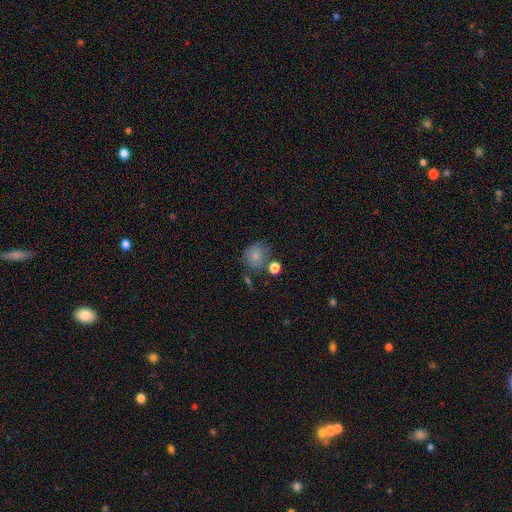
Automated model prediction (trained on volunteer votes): Overall: smooth (79%). How rounded: round (77%). Merging: none (60%).